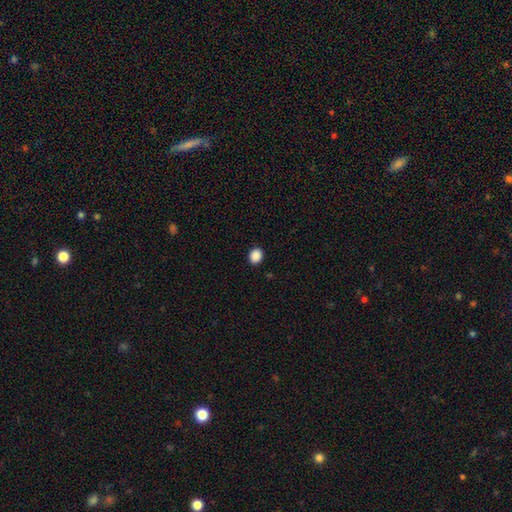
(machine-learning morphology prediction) Smooth or featured: smooth — 89% (star or artifact — 9%)
How rounded: round — 68% (in between — 31%)
Merging: none — 92% (minor disturbance — 6%)